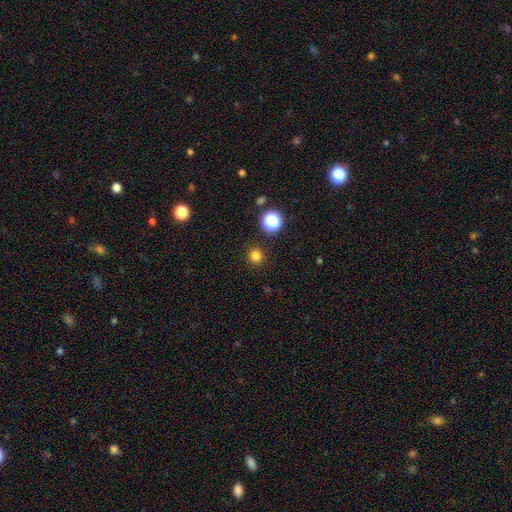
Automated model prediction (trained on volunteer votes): smooth-or-featured: smooth: 80% | star or artifact: 16% | featured or disk: 4%
  how-rounded: round: 94% | in between: 5% | cigar-shaped: 1%
  merging: none: 91% | minor disturbance: 5% | major disturbance: 2% | merger: 1%